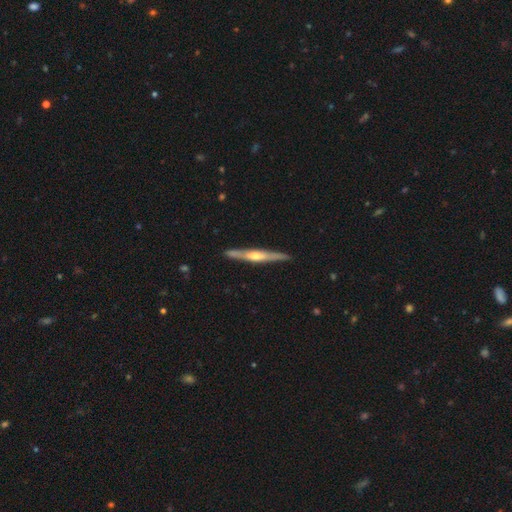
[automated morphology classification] Smooth or featured? Predicted: featured or disk (p=0.68). Edge-on disk? Predicted: yes (p=0.96). Edge-on bulge? Predicted: rounded (p=0.80). Merging? Predicted: none (p=0.88).